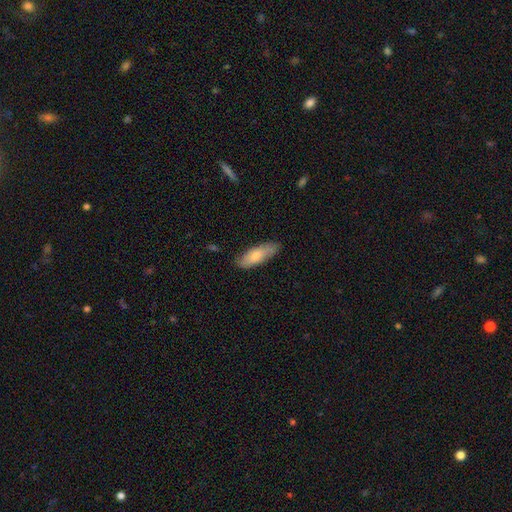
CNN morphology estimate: A smooth galaxy with no disk features (73%) that is in between round and cigar-shaped (66%).

Vote fractions:
- Smooth or featured? smooth: 73% / featured or disk: 21% / star or artifact: 5%
- How rounded? in between: 66% / cigar-shaped: 32% / round: 2%
- Merging? none: 79% / minor disturbance: 17% / major disturbance: 3% / merger: 1%